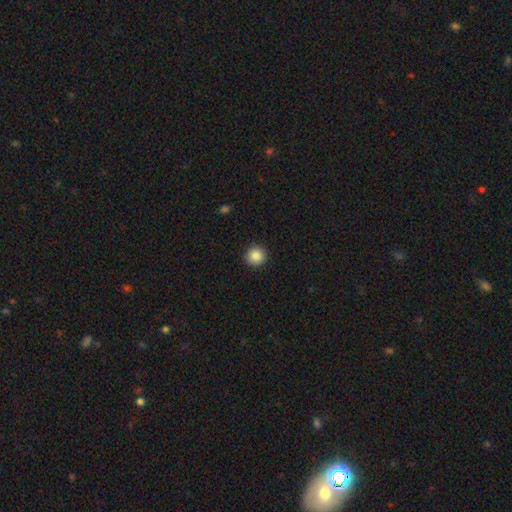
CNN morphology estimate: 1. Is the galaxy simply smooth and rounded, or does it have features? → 86% smooth, 9% star or artifact, 4% featured or disk.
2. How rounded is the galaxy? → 95% round, 4% in between, 1% cigar-shaped.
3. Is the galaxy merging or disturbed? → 93% none, 5% minor disturbance, 2% major disturbance, 1% merger.